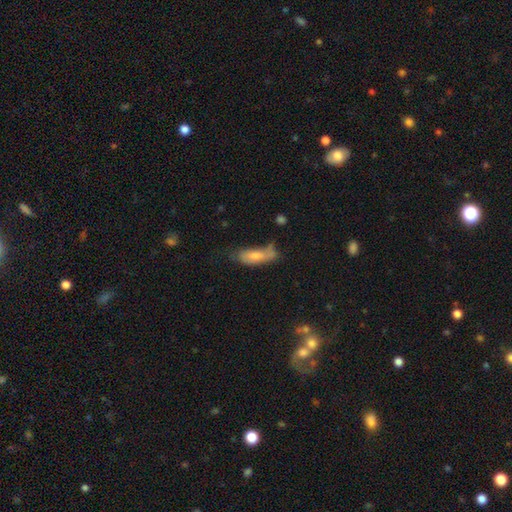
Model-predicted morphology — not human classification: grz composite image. It shows a smooth galaxy with no disk features (74%) that is in between round and cigar-shaped (66%). Merging: none (39%).